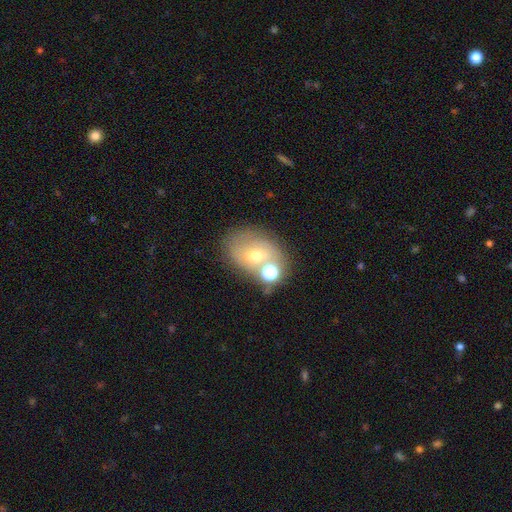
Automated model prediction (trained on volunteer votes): smooth 47%, featured or disk 36%, star or artifact 17%. Down the decision tree: merging — none (51%).